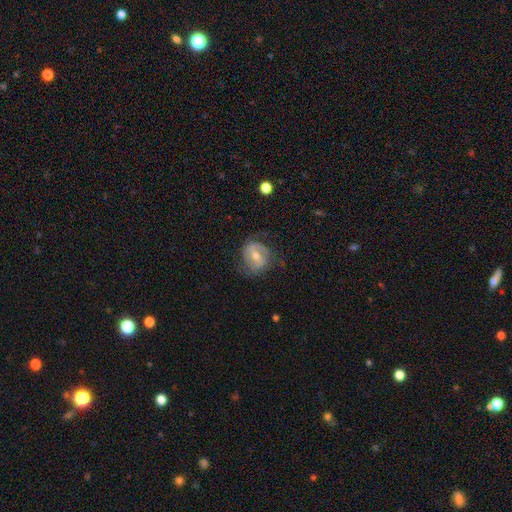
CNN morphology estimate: Smooth or featured? featured or disk (64%)
Edge-on disk? no (96%)
Bar? weak (43%)
Spiral arms? yes (74%)
Bulge size? moderate (62%)
Merging? none (64%)